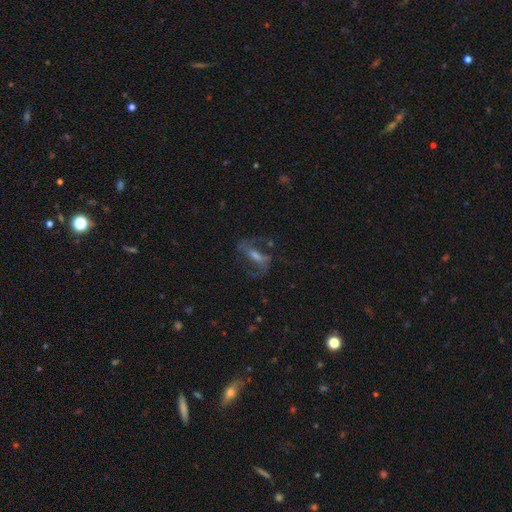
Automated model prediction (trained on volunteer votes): A featured or disk galaxy (68%) with a strong bar (41%), spiral arms (80%) and a moderate central bulge (40%). Merging: none (62%).